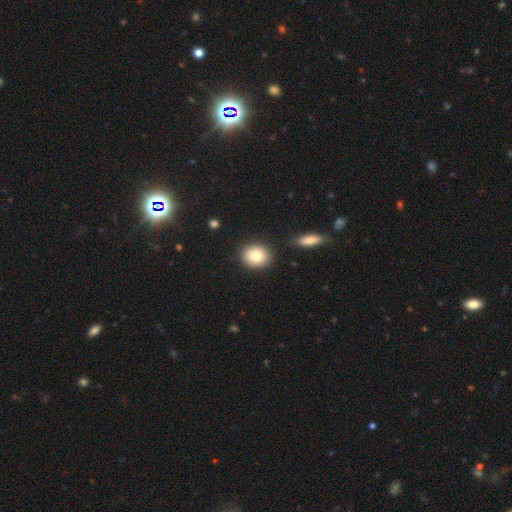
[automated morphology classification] smooth 85%, featured or disk 8%, star or artifact 8%. Down the decision tree: how rounded — round (67%); merging — none (86%).